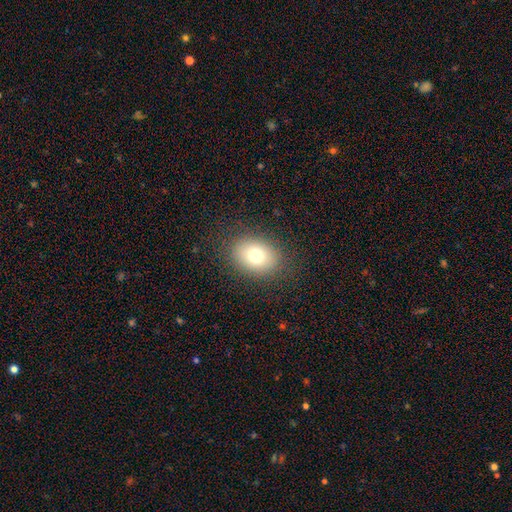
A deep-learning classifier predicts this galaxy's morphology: This is likely a smooth galaxy (77%). How rounded: likely in between (65%). Merging: clearly none (86%).